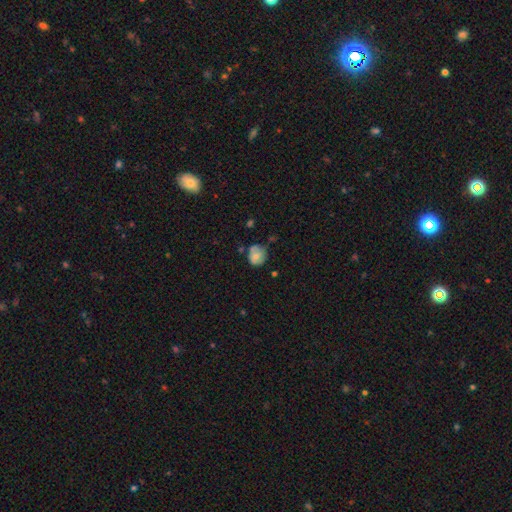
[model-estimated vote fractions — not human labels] smooth 65%, featured or disk 26%, star or artifact 9%. Down the decision tree: how rounded — round (70%); merging — none (52%).